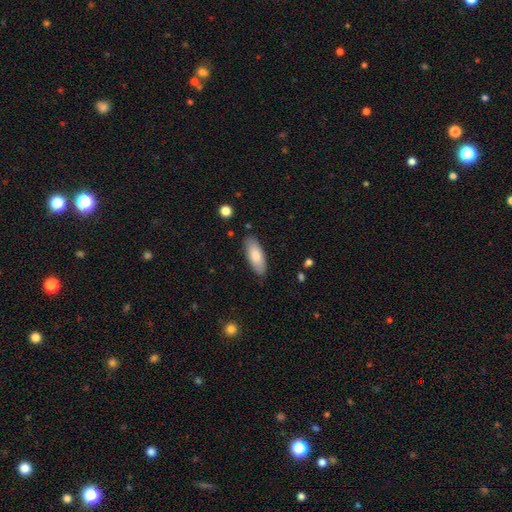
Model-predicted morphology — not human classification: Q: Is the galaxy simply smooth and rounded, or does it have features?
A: smooth — 80%.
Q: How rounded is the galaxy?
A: in between — 75%.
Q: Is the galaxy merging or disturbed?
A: none — 84%.